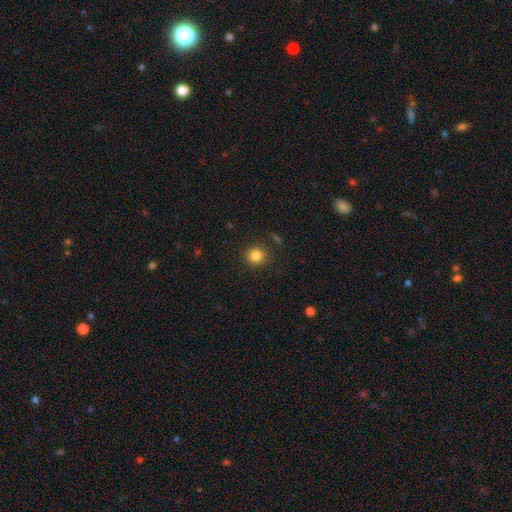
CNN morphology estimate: Smooth or featured? smooth (84%)
How rounded? round (92%)
Merging? none (88%)